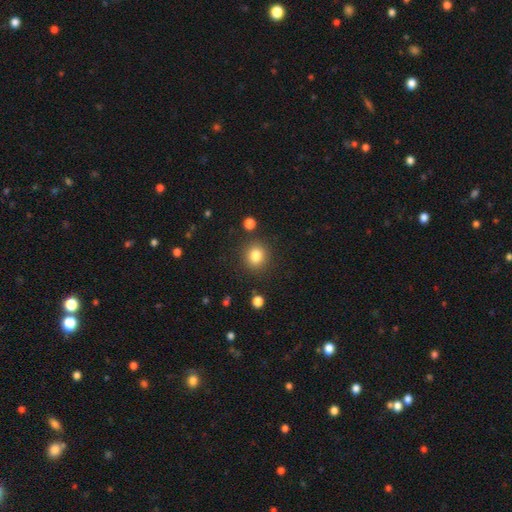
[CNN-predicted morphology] This is clearly a smooth galaxy (82%). How rounded: clearly round (85%). Merging: clearly none (87%).